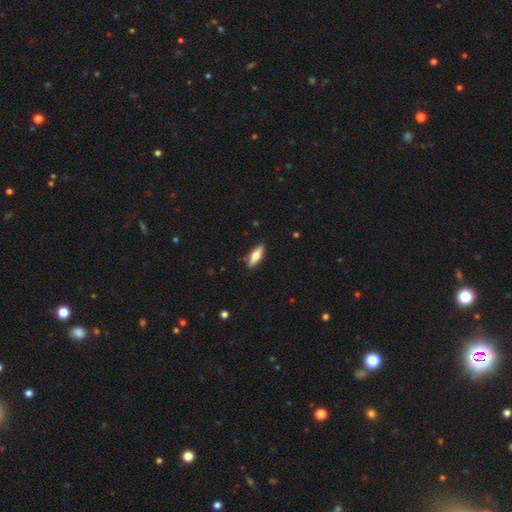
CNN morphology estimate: This appears to be a smooth galaxy with no disk features (66%) that is in between round and cigar-shaped (49%, tied with cigar-shaped). Merging: none (87%).